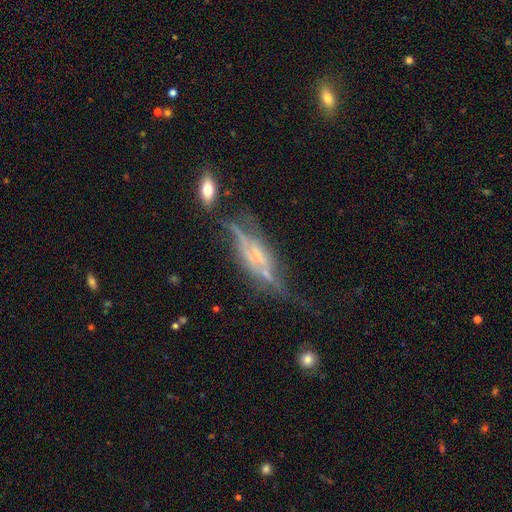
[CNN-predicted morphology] featured or disk 77%, smooth 13%, star or artifact 10%. Down the decision tree: edge-on disk — yes (86%); edge-on bulge — rounded (47%); merging — none (53%).